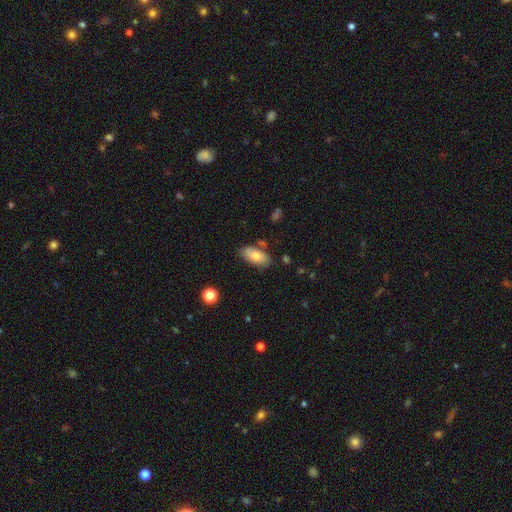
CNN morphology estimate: This appears to be a smooth galaxy with no disk features (80%) that is in between round and cigar-shaped (91%). Merging: none (76%).